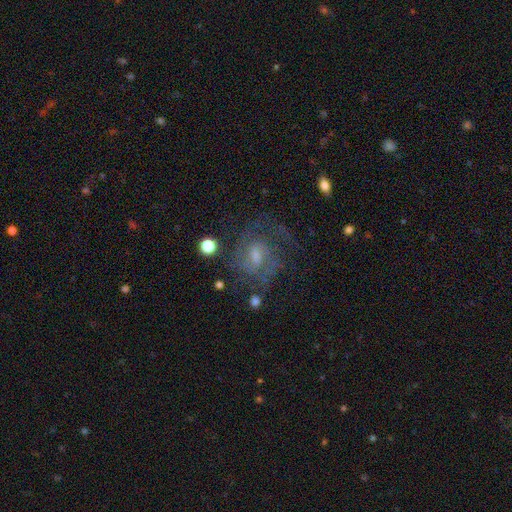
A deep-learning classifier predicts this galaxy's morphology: The model was most divided on "bulge size": moderate: 42%, small: 40%, none: 11%, large: 5%, dominant: 1%. Remaining: edge-on disk — no (97%); spiral arms — yes (83%); smooth or featured — featured or disk (70%); merging — none (56%); bar — weak (54%); spiral winding — medium (45%); spiral arm count — can't tell (38%).